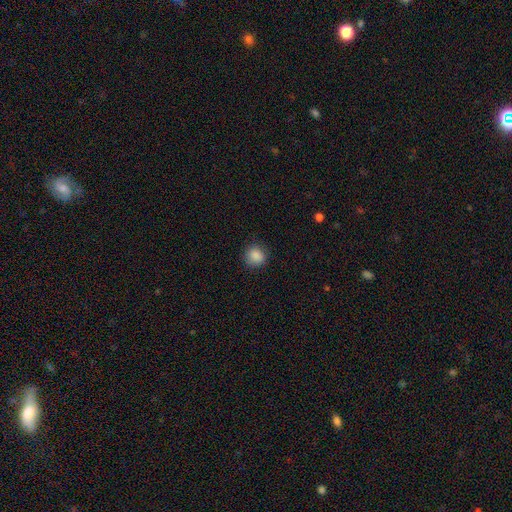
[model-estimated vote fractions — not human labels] smooth-or-featured: smooth: 87% | star or artifact: 9% | featured or disk: 3%
  how-rounded: round: 85% | in between: 15% | cigar-shaped: 1%
  merging: none: 85% | minor disturbance: 11% | major disturbance: 3% | merger: 1%